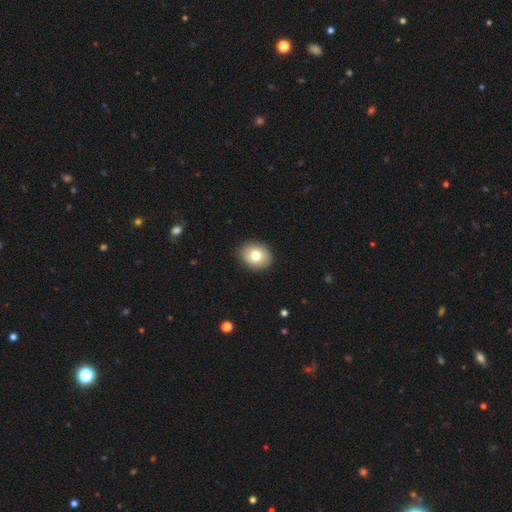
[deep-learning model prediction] A smooth galaxy with no disk features (78%) that is round (53%).

Vote fractions:
- Smooth or featured? smooth: 78% / featured or disk: 14% / star or artifact: 9%
- How rounded? round: 53% / in between: 46% / cigar-shaped: 1%
- Merging? none: 89% / minor disturbance: 8% / major disturbance: 2% / merger: 1%